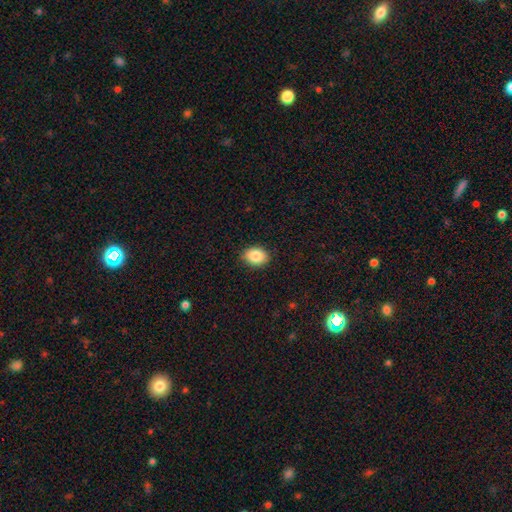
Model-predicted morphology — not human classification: This appears to be a smooth galaxy with no disk features (86%) that is in between round and cigar-shaped (70%). Merging: none (88%).